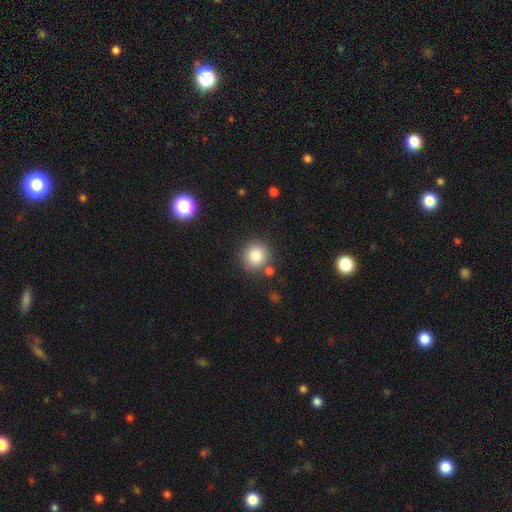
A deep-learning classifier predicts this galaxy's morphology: smooth 84%, star or artifact 10%, featured or disk 7%. Down the decision tree: how rounded — round (92%); merging — none (80%).